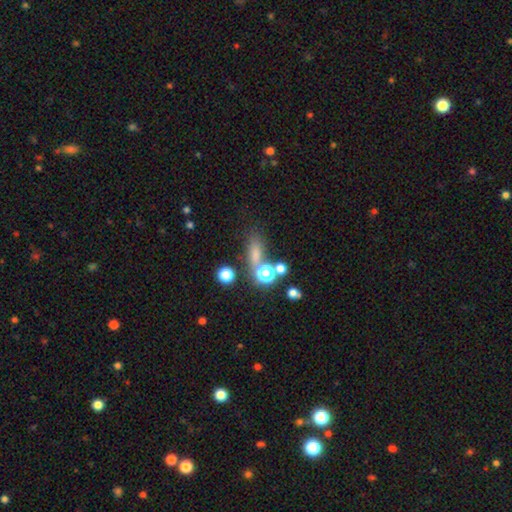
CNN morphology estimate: smooth_or_featured: smooth (p=0.63) [alt: star or artifact p=0.25]
how_rounded: in between (p=0.49) [alt: round p=0.29]
merging: none (p=0.53) [alt: merger p=0.23]